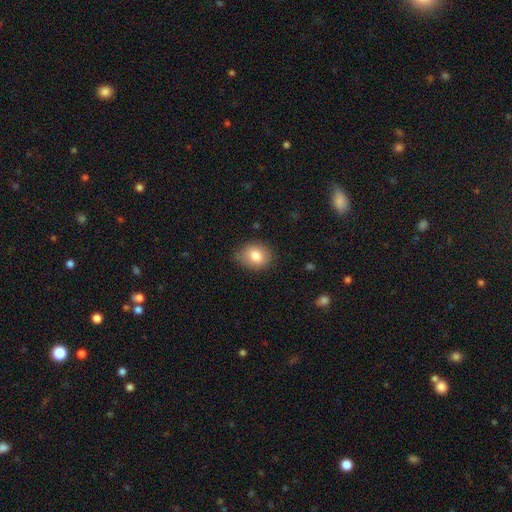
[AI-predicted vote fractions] Overall: smooth (82%). How rounded: round (55%; in between 45%). Merging: none (76%).